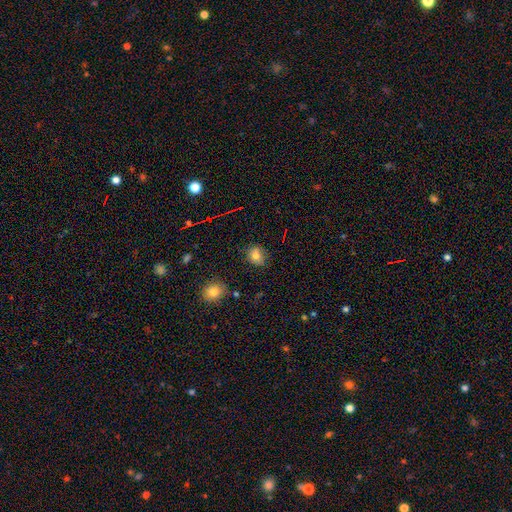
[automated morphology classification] type=smooth (78%); roundness=round (56%); merging=none (80%).